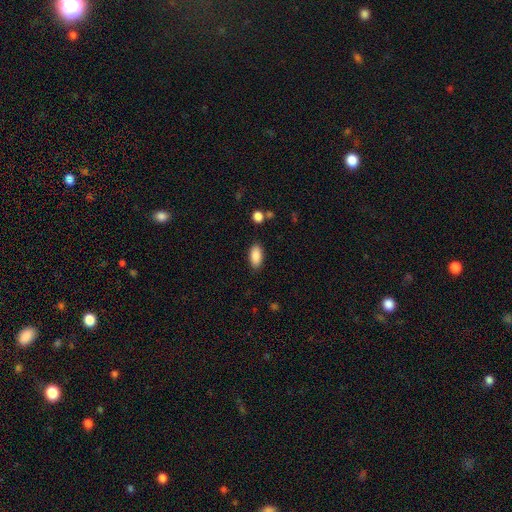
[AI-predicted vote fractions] This is clearly a smooth galaxy (88%). How rounded: clearly in between (90%). Merging: clearly none (87%).